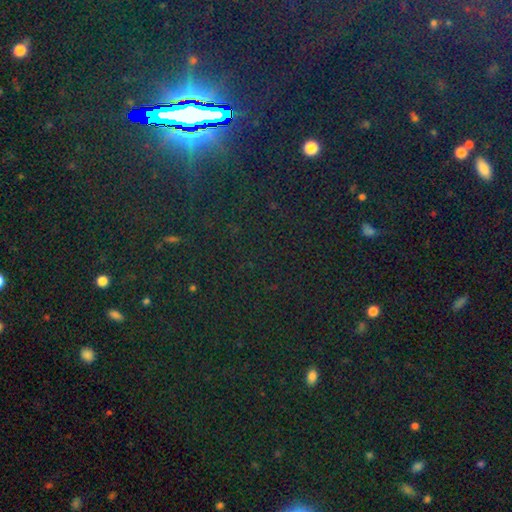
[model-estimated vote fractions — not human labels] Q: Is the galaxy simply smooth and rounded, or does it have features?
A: star or artifact — 79%.